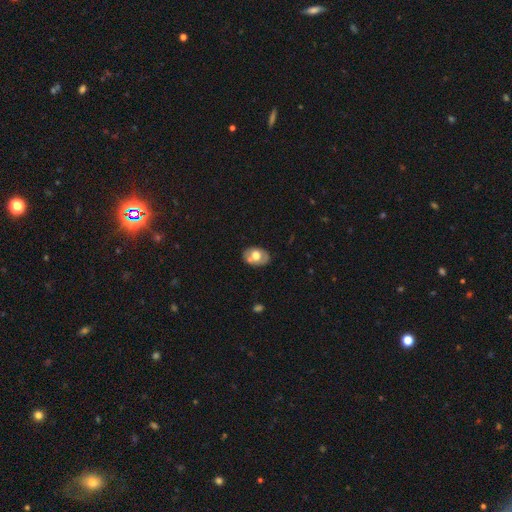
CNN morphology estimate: Smooth or featured? smooth (55%)
How rounded? in between (78%)
Merging? none (69%)